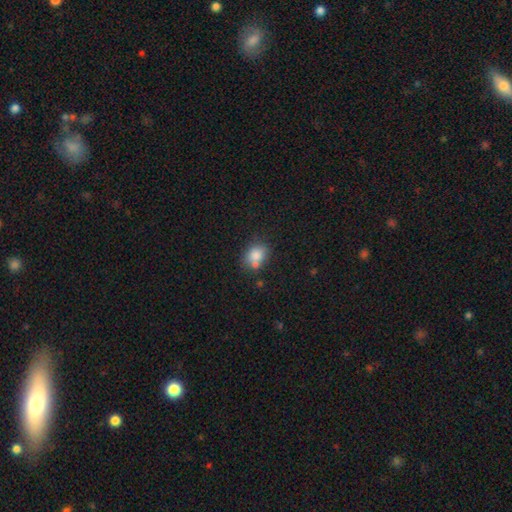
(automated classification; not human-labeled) smooth 80%, featured or disk 10%, star or artifact 10%. Down the decision tree: how rounded — in between (50%); merging — none (56%).